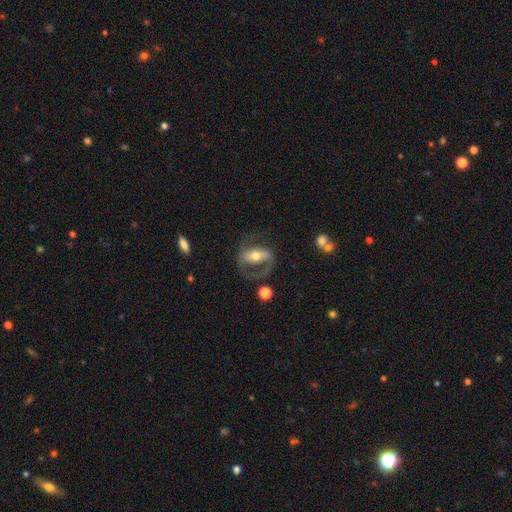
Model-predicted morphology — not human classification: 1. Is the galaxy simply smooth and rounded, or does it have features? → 75% featured or disk, 19% smooth, 6% star or artifact.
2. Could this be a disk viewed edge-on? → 93% no, 7% yes.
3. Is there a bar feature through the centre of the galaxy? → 50% strong, 28% weak, 22% no.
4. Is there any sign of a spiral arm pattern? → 77% yes, 23% no.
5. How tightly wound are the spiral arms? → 49% medium, 29% loose, 22% tight.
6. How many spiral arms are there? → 72% 2, 19% 1, 7% can't tell, 1% 3, 1% 4, 1% more than 4.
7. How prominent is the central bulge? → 67% moderate, 23% small, 8% large, 1% none, 1% dominant.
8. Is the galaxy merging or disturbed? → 55% none, 25% major disturbance, 17% minor disturbance, 3% merger.